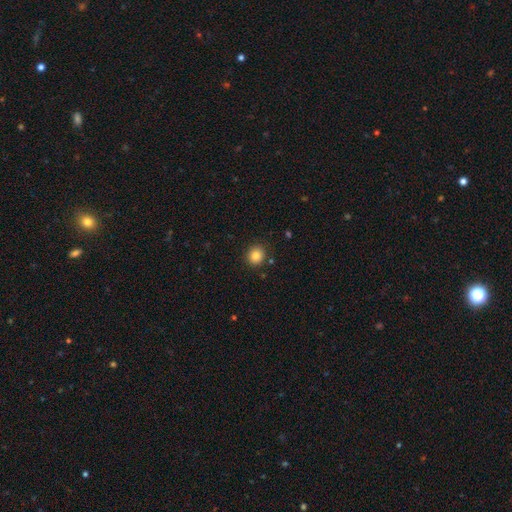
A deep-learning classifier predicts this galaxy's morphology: Overall: smooth (84%). How rounded: round (89%). Merging: none (89%).